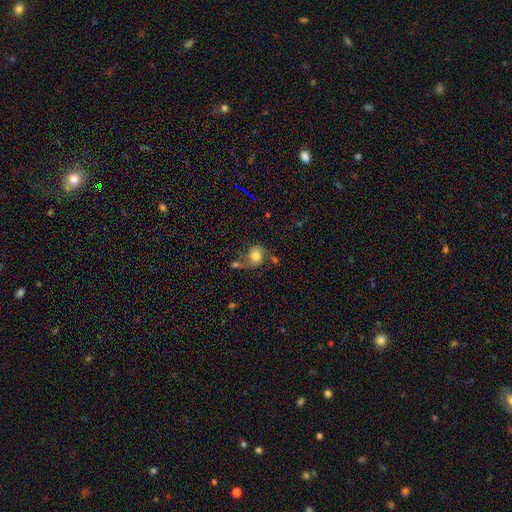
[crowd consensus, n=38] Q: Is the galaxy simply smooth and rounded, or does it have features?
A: smooth — 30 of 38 (79%).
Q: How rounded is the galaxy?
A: round — 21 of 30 (70%).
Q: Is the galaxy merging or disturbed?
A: none — 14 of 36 (39%).